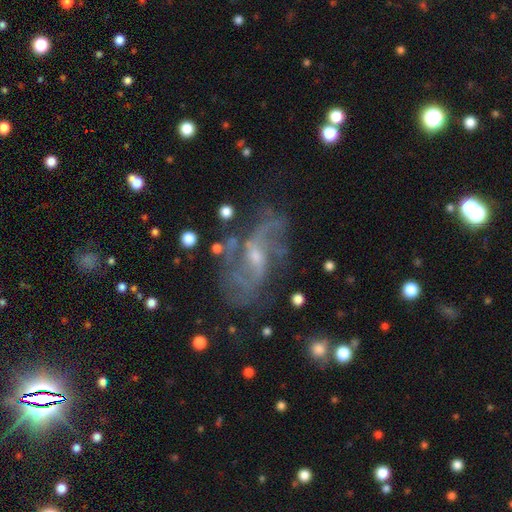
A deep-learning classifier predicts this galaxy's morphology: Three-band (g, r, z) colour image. It shows a featured or disk galaxy (84%) with a weak bar (49%), 2 (65%) loose (55%) spiral arms (89%) and a small central bulge (57%). Merging: none (57%).